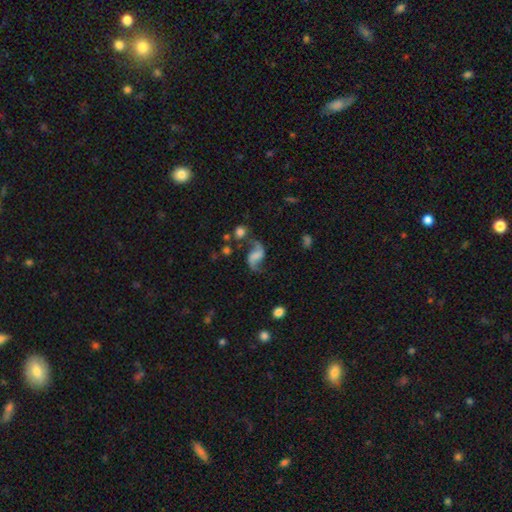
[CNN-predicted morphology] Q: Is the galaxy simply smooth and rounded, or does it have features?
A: featured or disk — 85%.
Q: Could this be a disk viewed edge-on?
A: no — 98%.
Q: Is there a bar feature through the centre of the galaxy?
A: no — 42%.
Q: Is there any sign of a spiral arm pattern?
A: yes — 96%.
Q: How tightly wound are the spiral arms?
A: loose — 82%.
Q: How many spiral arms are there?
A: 2 — 93%.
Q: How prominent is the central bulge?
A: none — 57%.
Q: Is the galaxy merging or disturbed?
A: none — 67%.